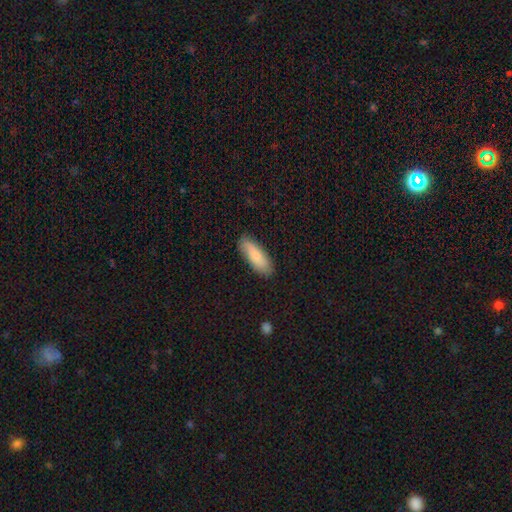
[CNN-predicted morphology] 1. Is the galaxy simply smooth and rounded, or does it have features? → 75% smooth, 20% featured or disk, 6% star or artifact.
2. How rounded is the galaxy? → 63% in between, 35% cigar-shaped, 2% round.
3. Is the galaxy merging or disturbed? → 85% none, 11% minor disturbance, 2% major disturbance, 1% merger.